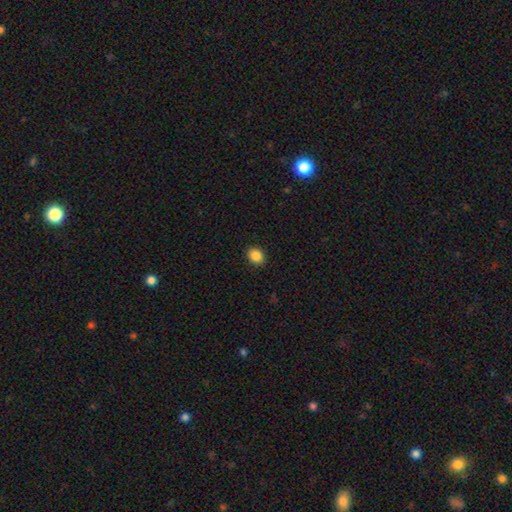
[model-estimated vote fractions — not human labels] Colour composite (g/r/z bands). It shows a smooth galaxy with no disk features (87%) that is round (50%). Merging: none (90%).